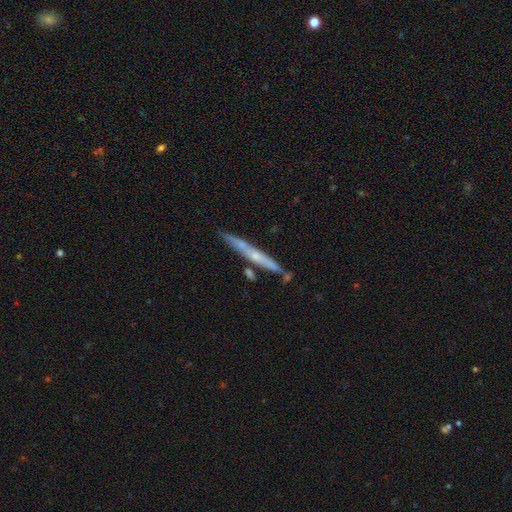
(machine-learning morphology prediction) Overall: featured or disk (59%; smooth 35%). Edge-on disk: yes (92%). Edge-on bulge: none (54%; rounded 42%). Merging: none (77%).